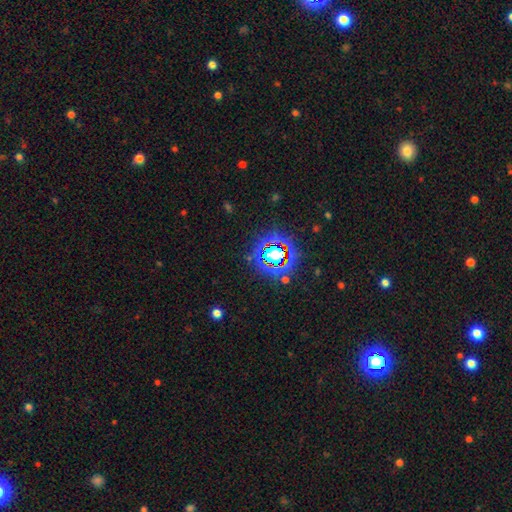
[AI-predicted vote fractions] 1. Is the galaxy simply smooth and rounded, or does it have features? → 82% star or artifact, 10% smooth, 8% featured or disk.